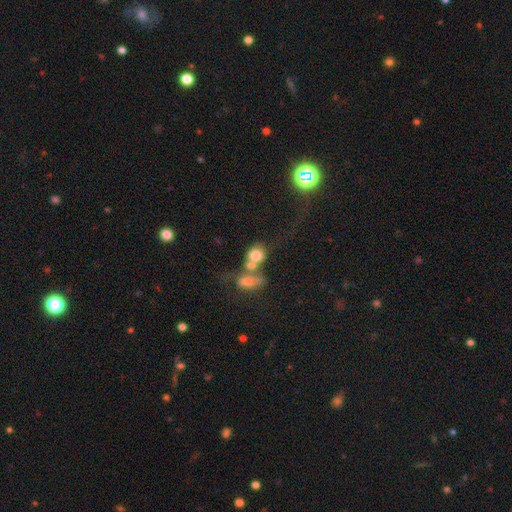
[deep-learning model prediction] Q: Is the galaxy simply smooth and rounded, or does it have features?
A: smooth — 69%.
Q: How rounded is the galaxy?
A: round — 50%.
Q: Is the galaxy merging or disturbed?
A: merger — 61%.